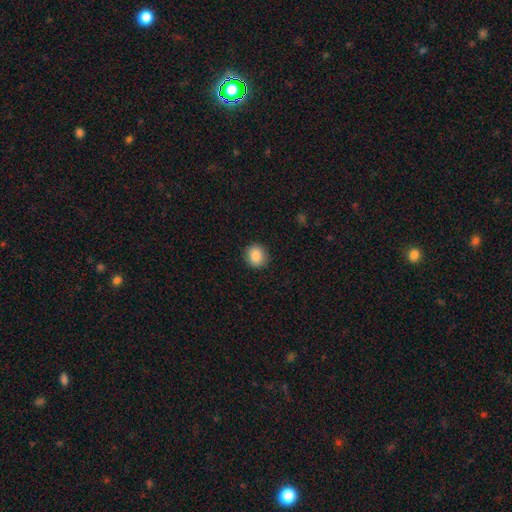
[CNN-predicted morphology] This is clearly a smooth galaxy (88%). How rounded: clearly round (84%). Merging: clearly none (90%).